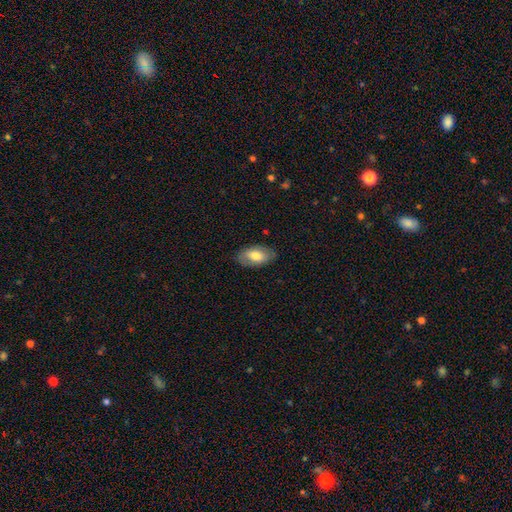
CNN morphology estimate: Smooth or featured? Predicted: smooth (p=0.71). How rounded? Predicted: in between (p=0.93). Merging? Predicted: none (p=0.82).